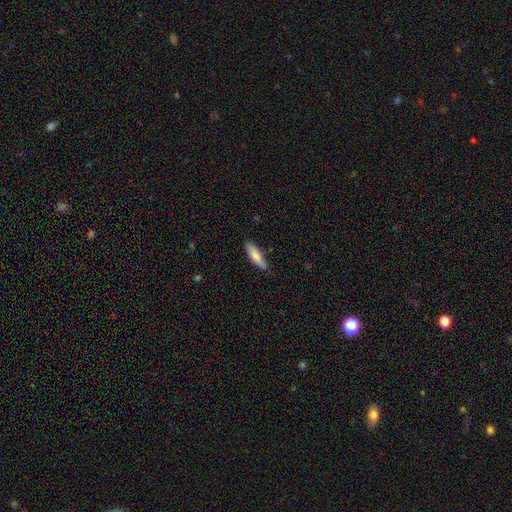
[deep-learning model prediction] Smooth or featured? smooth (80%)
How rounded? cigar-shaped (64%)
Merging? none (82%)